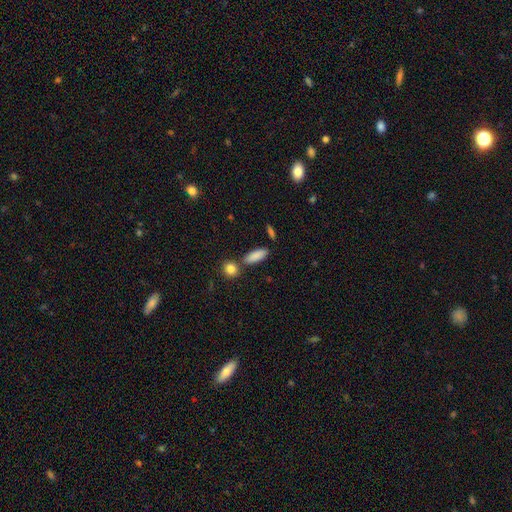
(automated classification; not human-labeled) The model was most divided on "how rounded": in between: 66%, cigar-shaped: 31%, round: 3%. More confident: smooth or featured — smooth (87%); merging — none (76%).